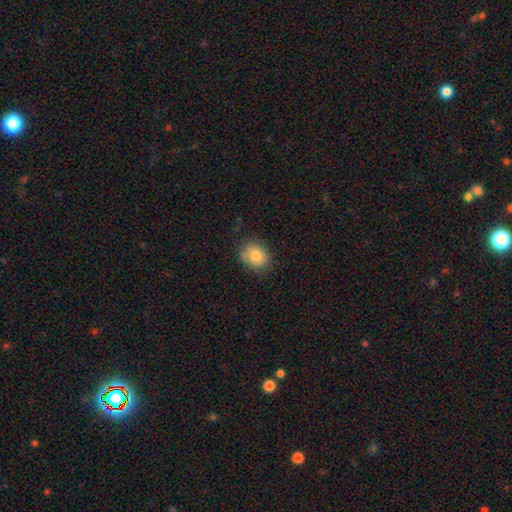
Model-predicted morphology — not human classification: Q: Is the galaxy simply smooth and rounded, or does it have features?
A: smooth — 80%.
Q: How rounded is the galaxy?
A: round — 57%.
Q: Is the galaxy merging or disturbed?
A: none — 80%.